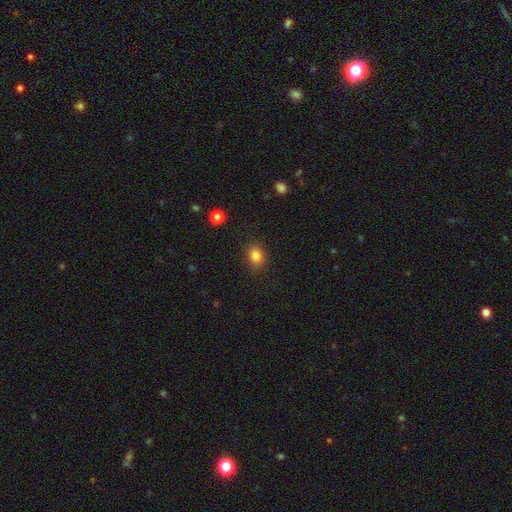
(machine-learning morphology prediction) Smooth or featured? smooth (84%)
How rounded? in between (58%)
Merging? none (86%)